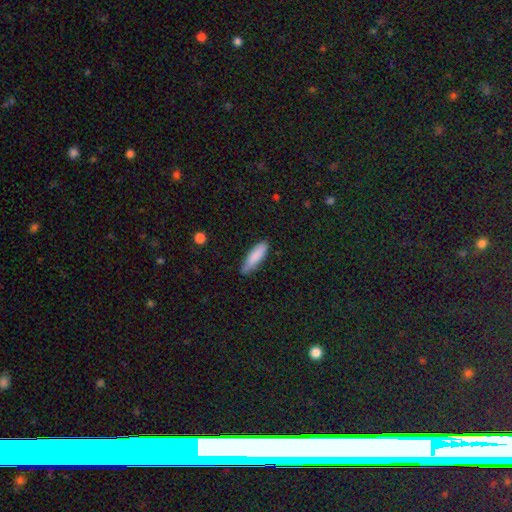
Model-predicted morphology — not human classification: The model was most divided on "how rounded": cigar-shaped: 62%, in between: 37%, round: 1%. More confident: smooth or featured — smooth (86%); merging — none (75%).